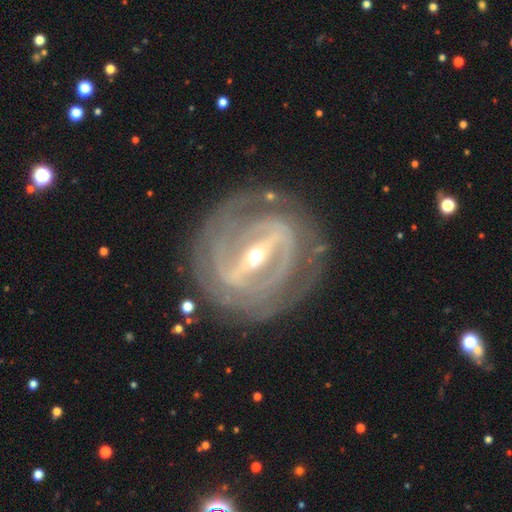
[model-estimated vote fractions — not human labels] smooth-or-featured: featured or disk: 91% | star or artifact: 5% | smooth: 4%
  disk-edge-on: no: 93% | yes: 7%
    bar: strong: 79% | weak: 16% | no: 5%
    has-spiral-arms: yes: 90% | no: 10%
      spiral-winding: tight: 71% | medium: 23% | loose: 6%
      spiral-arm-count: 2: 37% | can't tell: 28% | 3: 14% | 4: 10% | more than 4: 6% | 1: 5%
    bulge-size: small: 68% | moderate: 29% | large: 2% | dominant: 1% | none: 1%
  merging: none: 81% | minor disturbance: 11% | major disturbance: 6% | merger: 1%